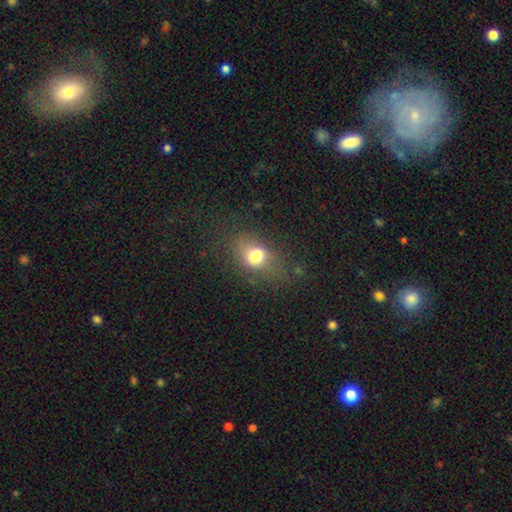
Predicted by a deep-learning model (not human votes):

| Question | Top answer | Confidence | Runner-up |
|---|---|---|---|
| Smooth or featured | smooth | 65% | featured or disk (19%) |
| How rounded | in between | 69% | round (29%) |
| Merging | none | 50% | minor disturbance (23%) |